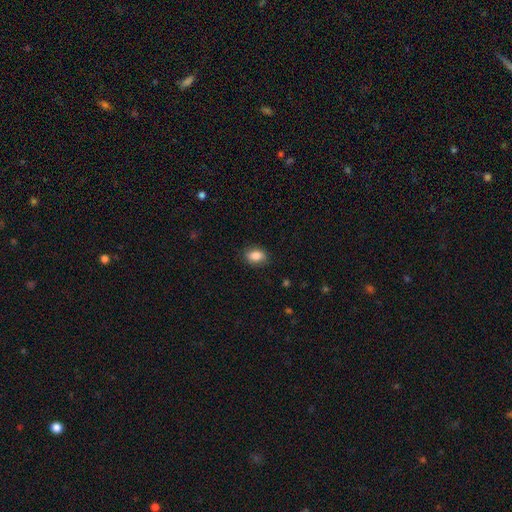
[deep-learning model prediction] smooth-or-featured: smooth: 85% | star or artifact: 8% | featured or disk: 7%
  how-rounded: in between: 80% | round: 18% | cigar-shaped: 2%
  merging: none: 83% | minor disturbance: 13% | major disturbance: 3% | merger: 1%